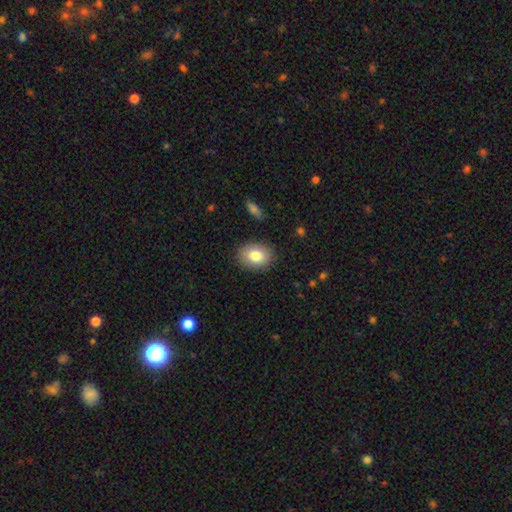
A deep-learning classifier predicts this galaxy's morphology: Smooth or featured?
  - smooth: 82% *
  - featured or disk: 10%
  - star or artifact: 8%
How rounded?
  - in between: 71% *
  - round: 28%
  - cigar-shaped: 1%
Merging?
  - none: 88% *
  - minor disturbance: 9%
  - major disturbance: 2%
  - merger: 1%